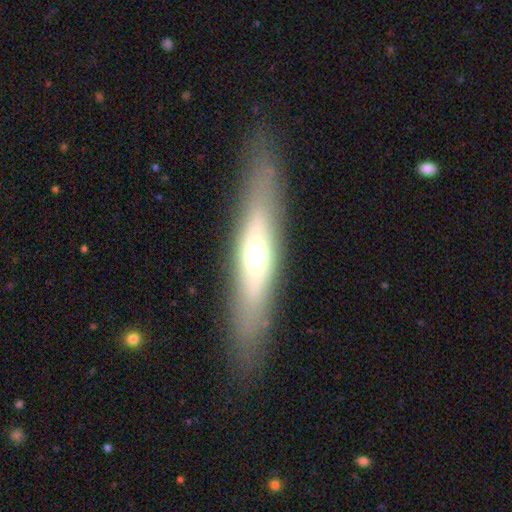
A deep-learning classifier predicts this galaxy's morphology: A featured or disk galaxy (47%). Merging: none (85%).